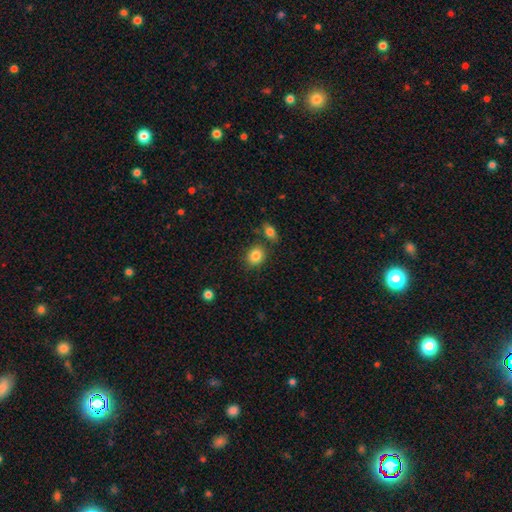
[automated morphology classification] Smooth or featured: smooth — 85% (star or artifact — 9%)
How rounded: round — 56% (in between — 43%)
Merging: none — 76% (minor disturbance — 11%)